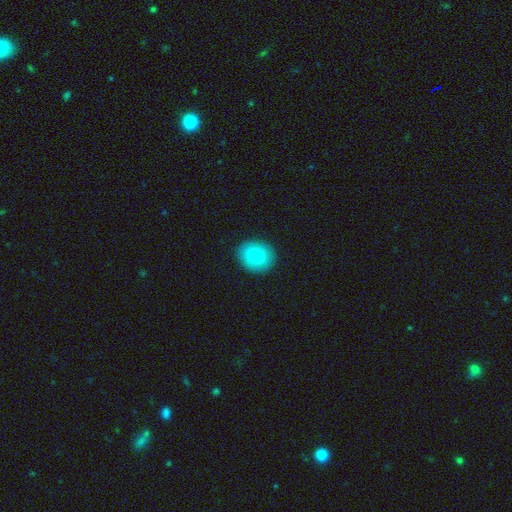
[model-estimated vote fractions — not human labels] Q: Smooth or featured?
A: smooth (83%); runner-up: featured or disk (10%)
Q: How rounded?
A: round (67%); runner-up: in between (32%)
Q: Merging?
A: none (82%); runner-up: minor disturbance (13%)